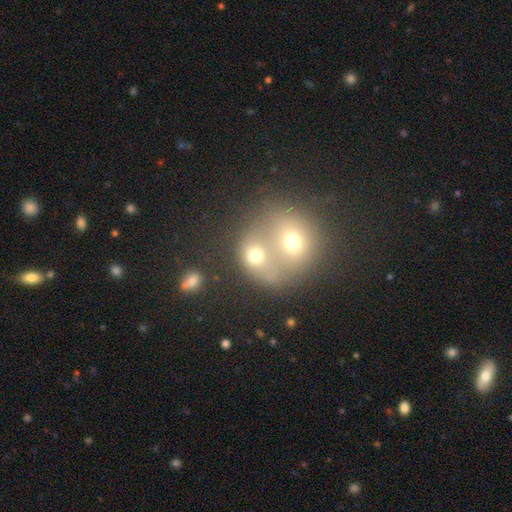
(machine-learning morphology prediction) Smooth or featured? smooth (65%)
How rounded? round (71%)
Merging? merger (69%)